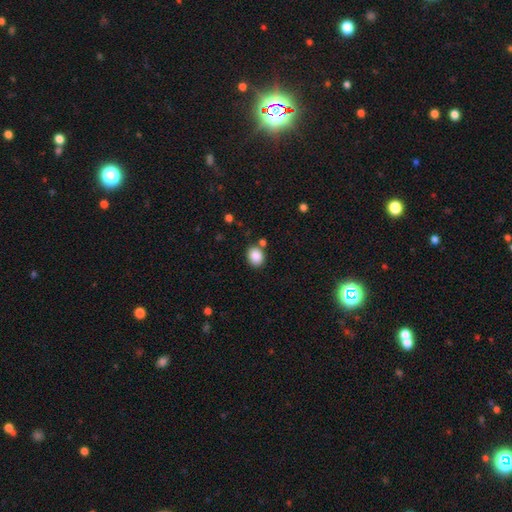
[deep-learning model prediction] A smooth galaxy with no disk features (88%) that is round (54%).

Vote fractions:
- Smooth or featured? smooth: 88% / star or artifact: 9% / featured or disk: 4%
- How rounded? round: 54% / in between: 45% / cigar-shaped: 1%
- Merging? none: 77% / minor disturbance: 11% / merger: 9% / major disturbance: 3%